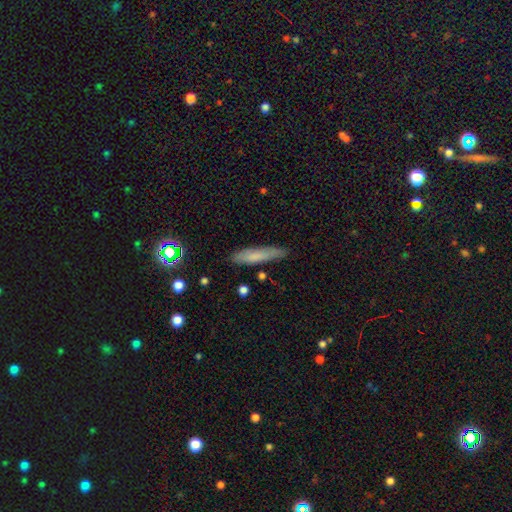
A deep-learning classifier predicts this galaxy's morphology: Smooth or featured? Predicted: smooth (p=0.70). How rounded? Predicted: cigar-shaped (p=0.86). Merging? Predicted: none (p=0.82).